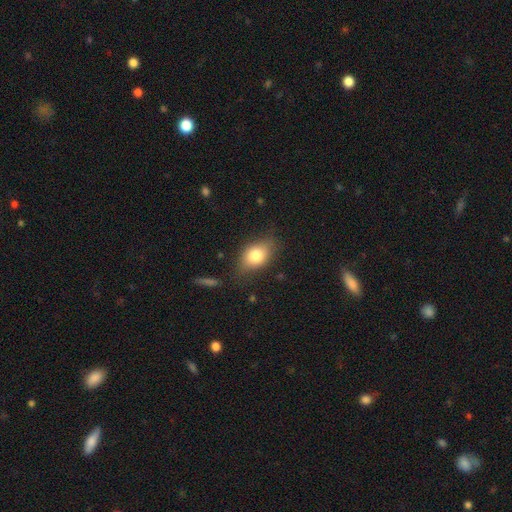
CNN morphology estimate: A smooth galaxy with no disk features (77%) that is in between round and cigar-shaped (76%). Merging: none (70%).